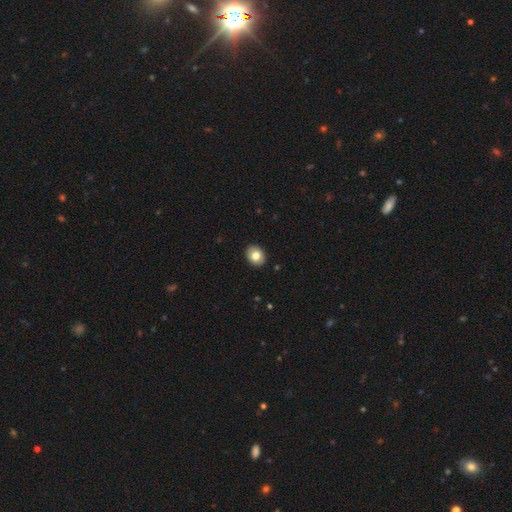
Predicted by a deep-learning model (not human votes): Smooth or featured? Predicted: smooth (p=0.77). How rounded? Predicted: in between (p=0.50). Merging? Predicted: none (p=0.91).